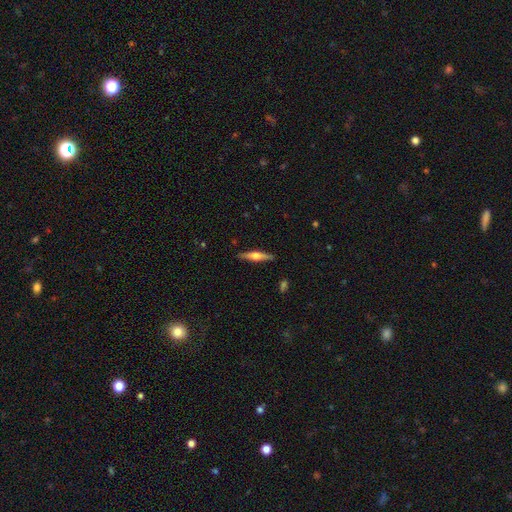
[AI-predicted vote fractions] The model was most divided on "smooth or featured": featured or disk: 65%, smooth: 30%, star or artifact: 6%. More confident: edge-on disk — yes (97%); edge-on bulge — rounded (91%); merging — none (90%).